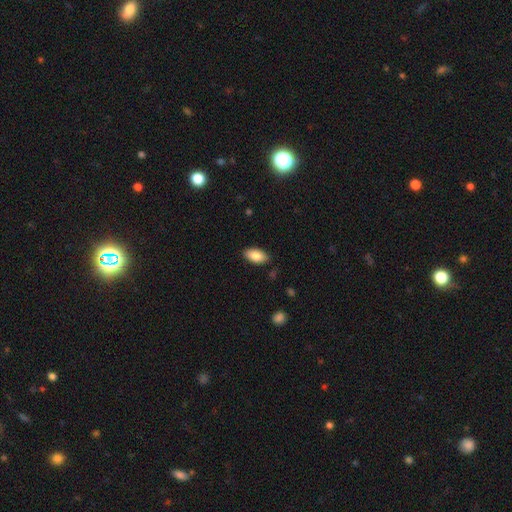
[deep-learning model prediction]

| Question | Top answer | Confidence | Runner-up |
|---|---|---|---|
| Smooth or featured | smooth | 85% | featured or disk (8%) |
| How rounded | in between | 93% | cigar-shaped (4%) |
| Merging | none | 87% | minor disturbance (10%) |